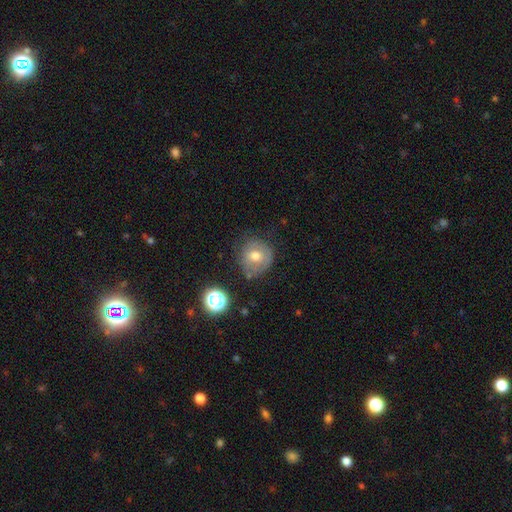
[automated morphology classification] The model was most divided on "smooth or featured": smooth: 62%, featured or disk: 24%, star or artifact: 13%. More confident: how rounded — round (86%); merging — none (68%).